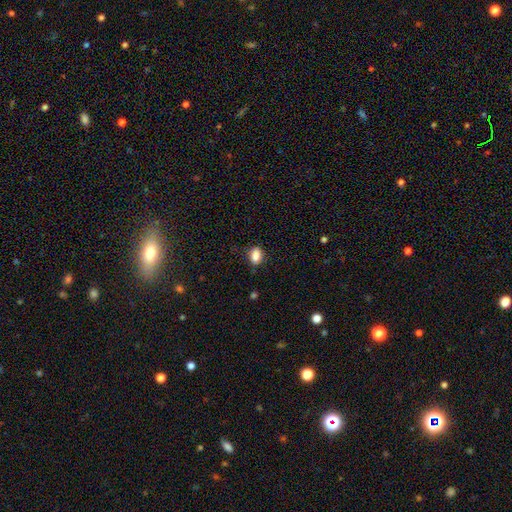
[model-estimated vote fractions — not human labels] Overall: smooth (87%). How rounded: in between (82%). Merging: none (77%).